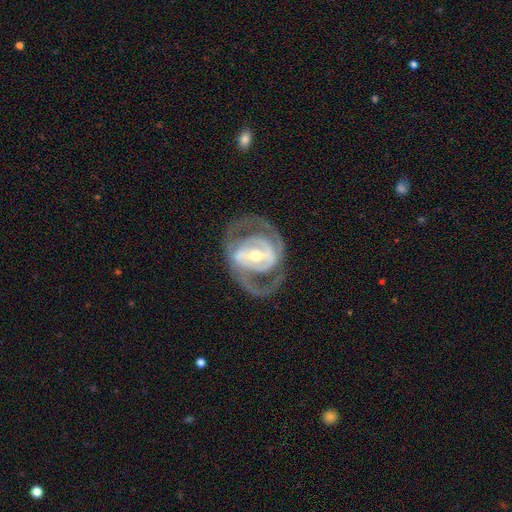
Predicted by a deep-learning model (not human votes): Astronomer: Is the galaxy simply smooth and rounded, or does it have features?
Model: featured or disk — 85%.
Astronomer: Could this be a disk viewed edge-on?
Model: no — 95%.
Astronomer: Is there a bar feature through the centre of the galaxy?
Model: strong — 48% (runner-up: weak, 31%).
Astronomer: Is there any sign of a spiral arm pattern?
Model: yes — 77%.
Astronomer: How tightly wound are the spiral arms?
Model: medium — 46% (runner-up: tight, 36%).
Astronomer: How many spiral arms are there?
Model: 2 — 79%.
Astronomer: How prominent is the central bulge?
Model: moderate — 55% (runner-up: small, 38%).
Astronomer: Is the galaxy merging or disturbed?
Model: none — 69%.